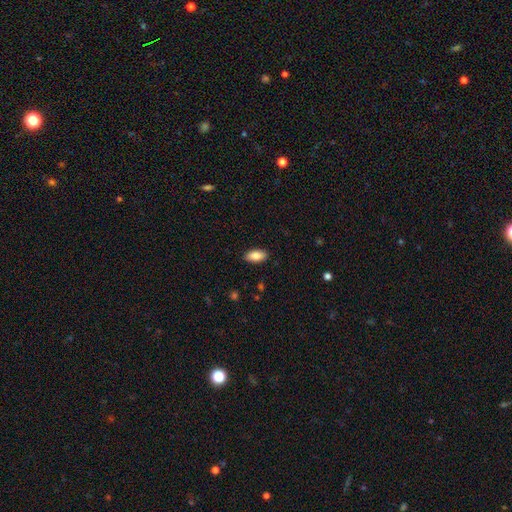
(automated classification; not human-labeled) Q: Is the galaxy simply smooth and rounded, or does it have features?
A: smooth — 85%.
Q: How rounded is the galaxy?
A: in between — 91%.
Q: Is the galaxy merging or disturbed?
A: none — 89%.